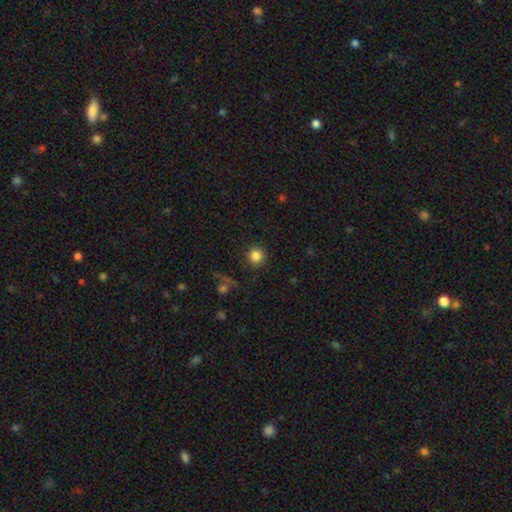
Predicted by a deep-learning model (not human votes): Smooth or featured? smooth (85%)
How rounded? round (94%)
Merging? none (90%)